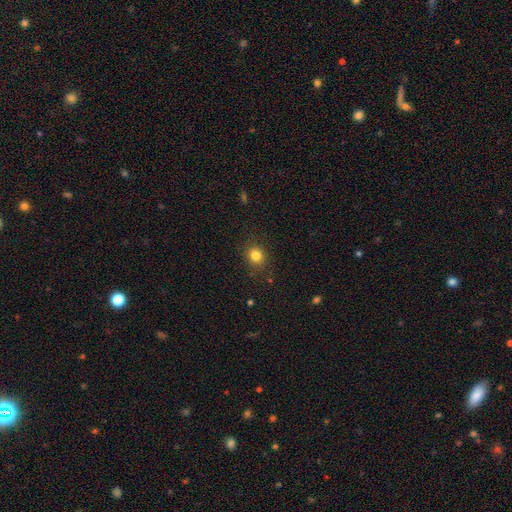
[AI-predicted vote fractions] Smooth or featured? smooth (82%)
How rounded? round (79%)
Merging? none (87%)